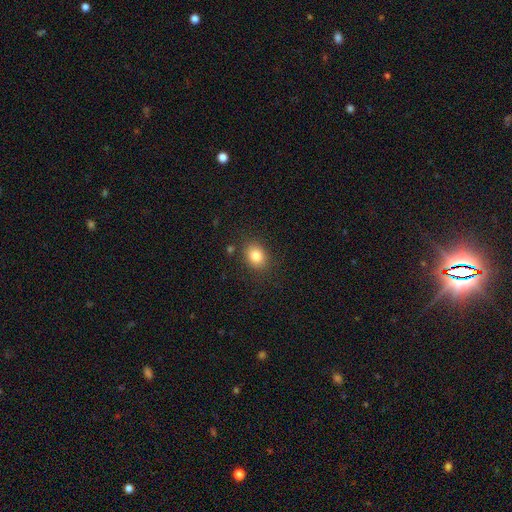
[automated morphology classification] Overall: smooth (83%). How rounded: in between (57%; round 42%). Merging: none (84%).